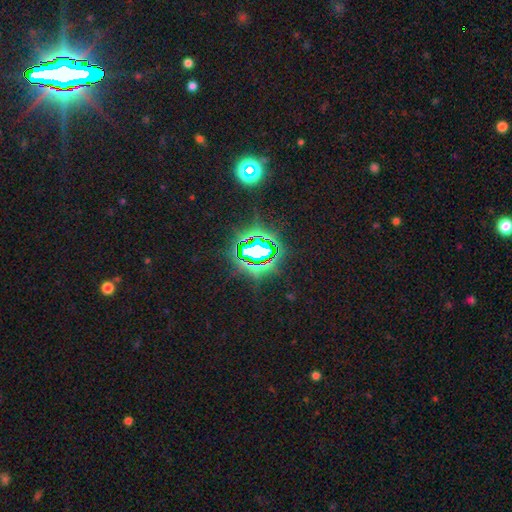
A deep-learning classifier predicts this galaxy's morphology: A star or artifact, not a galaxy (79%).

Vote fractions:
- Smooth or featured? star or artifact: 79% / smooth: 11% / featured or disk: 10%